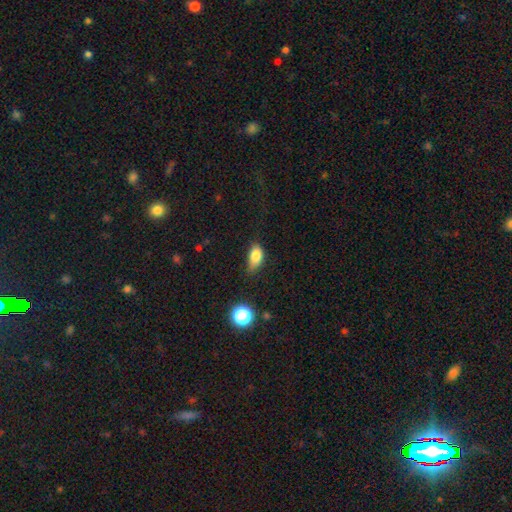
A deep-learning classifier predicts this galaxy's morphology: Smooth or featured? Predicted: smooth (p=0.81). How rounded? Predicted: in between (p=0.84). Merging? Predicted: none (p=0.50).